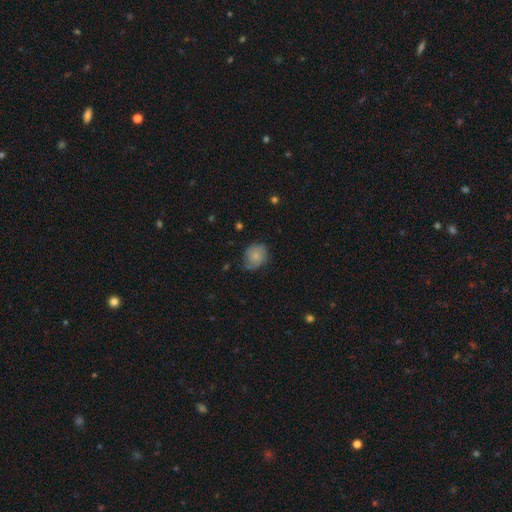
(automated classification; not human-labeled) Smooth or featured? smooth (72%)
How rounded? round (60%)
Merging? none (66%)